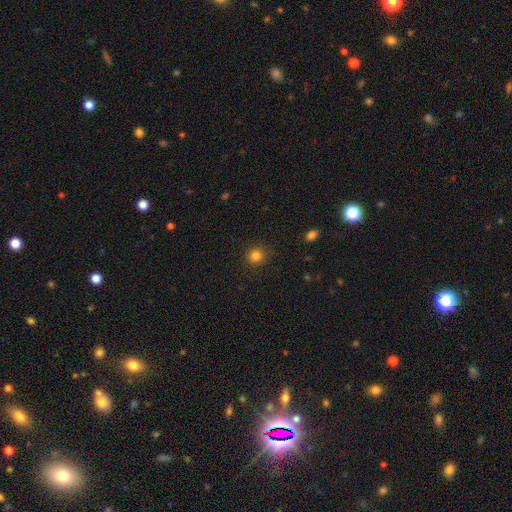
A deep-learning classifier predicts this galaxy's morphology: This appears to be a smooth galaxy with no disk features (83%) that is round (92%). Merging: none (89%).